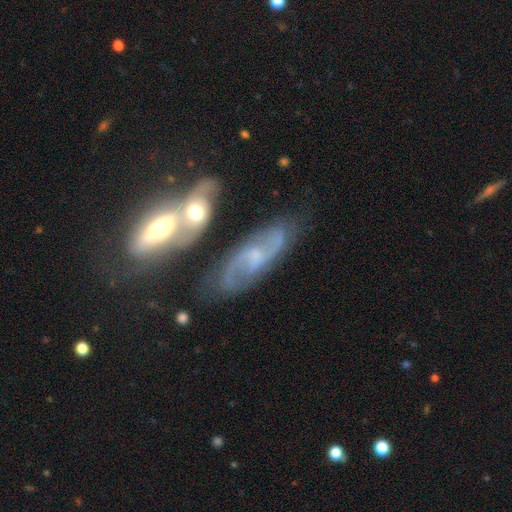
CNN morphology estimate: This appears to be a featured or disk galaxy (83%) with a weak bar (51%), 2 (88%) medium (50%) spiral arms (95%) and a small central bulge (54%). Merging: none (68%).